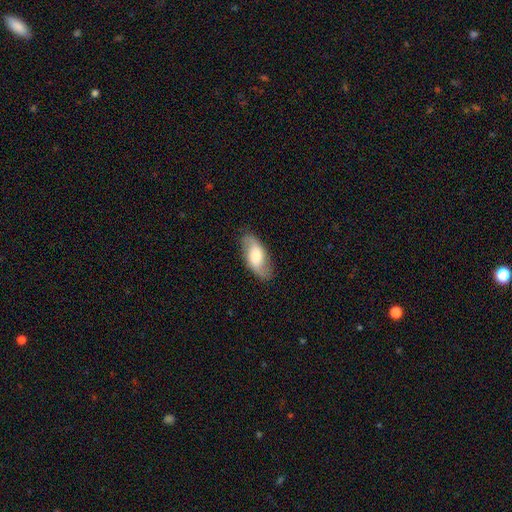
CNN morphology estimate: Smooth or featured?
  - smooth: 48% *
  - featured or disk: 45%
  - star or artifact: 7%
Merging?
  - none: 81% *
  - minor disturbance: 14%
  - major disturbance: 4%
  - merger: 1%